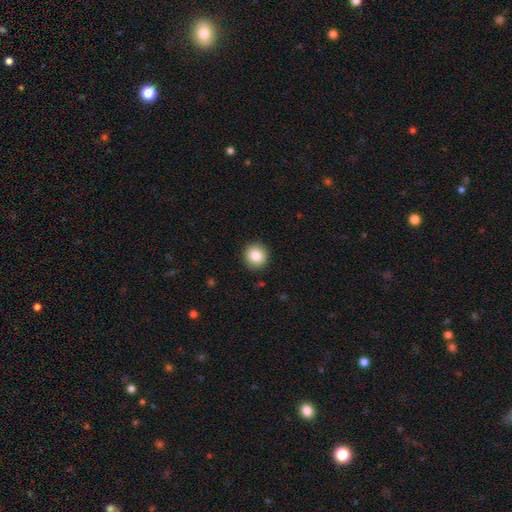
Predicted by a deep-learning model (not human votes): Smooth or featured? Predicted: smooth (p=0.85). How rounded? Predicted: round (p=0.92). Merging? Predicted: none (p=0.91).